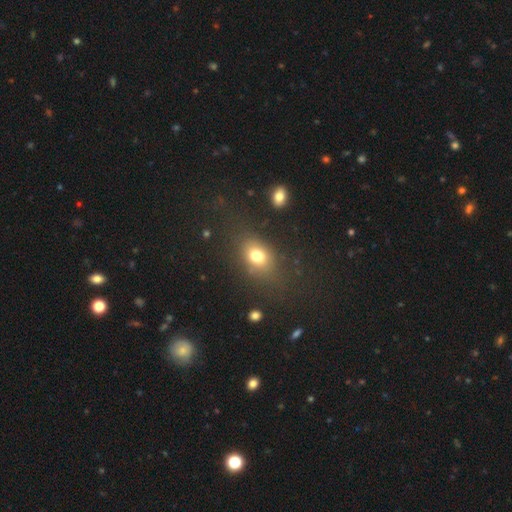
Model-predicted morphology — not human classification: This appears to be a smooth galaxy with no disk features (76%) that is in between round and cigar-shaped (70%). Merging: none (73%).